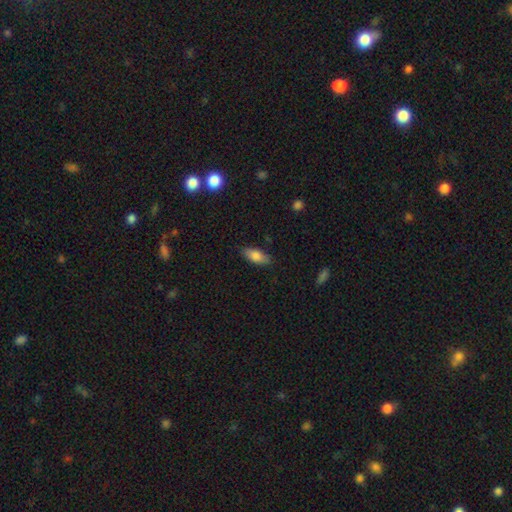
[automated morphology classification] Smooth or featured? Predicted: smooth (p=0.81). How rounded? Predicted: in between (p=0.81). Merging? Predicted: none (p=0.85).